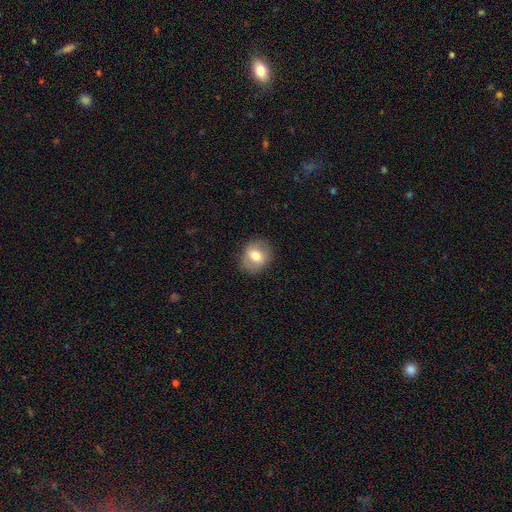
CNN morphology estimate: smooth 69%, featured or disk 23%, star or artifact 9%. Down the decision tree: how rounded — round (62%); merging — none (85%).